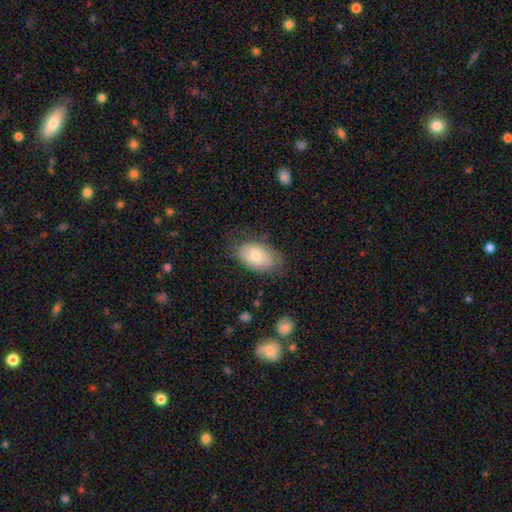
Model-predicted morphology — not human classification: smooth-or-featured: smooth: 70% | featured or disk: 24% | star or artifact: 7%
  how-rounded: in between: 92% | round: 7% | cigar-shaped: 1%
  merging: none: 65% | minor disturbance: 25% | major disturbance: 8% | merger: 2%